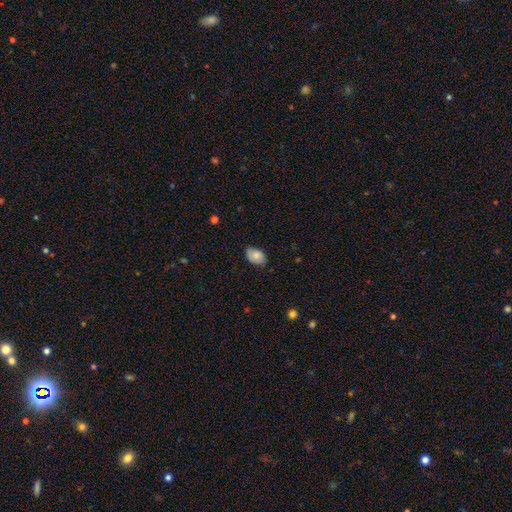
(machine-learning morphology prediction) Q: Smooth or featured?
A: smooth (82%); runner-up: featured or disk (11%)
Q: How rounded?
A: in between (90%); runner-up: round (9%)
Q: Merging?
A: none (75%); runner-up: minor disturbance (21%)